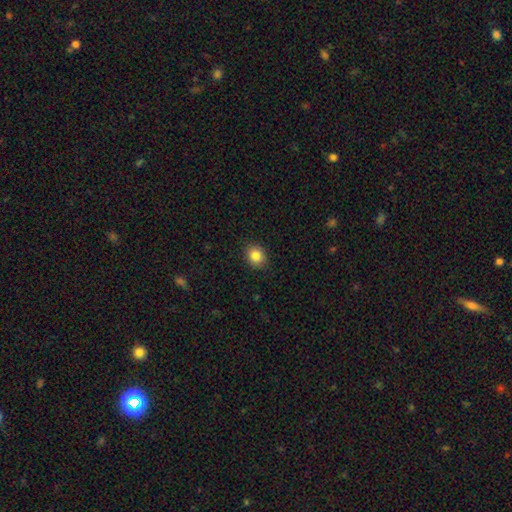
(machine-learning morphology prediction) smooth 84%, star or artifact 10%, featured or disk 6%. Down the decision tree: how rounded — round (58%); merging — none (89%).